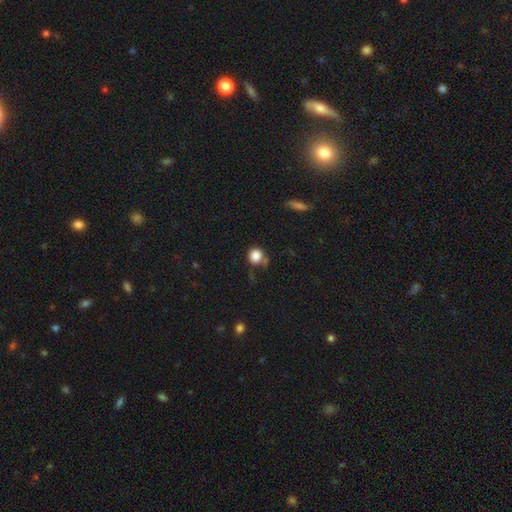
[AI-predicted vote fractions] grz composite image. It shows a smooth galaxy with no disk features (84%) that is round (88%). Merging: none (56%).